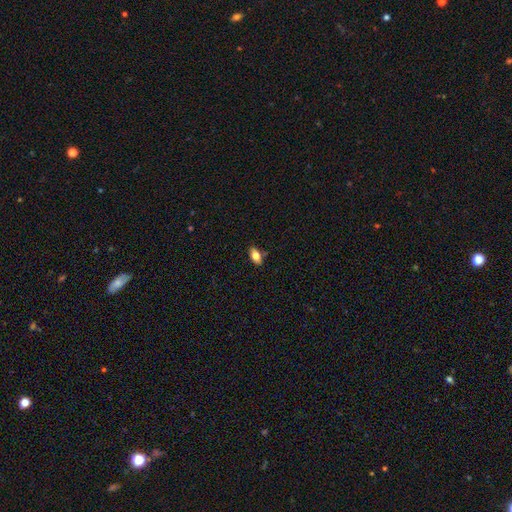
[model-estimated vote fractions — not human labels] Morphology: type=smooth (76%); roundness=in between (89%); merging=none (82%).